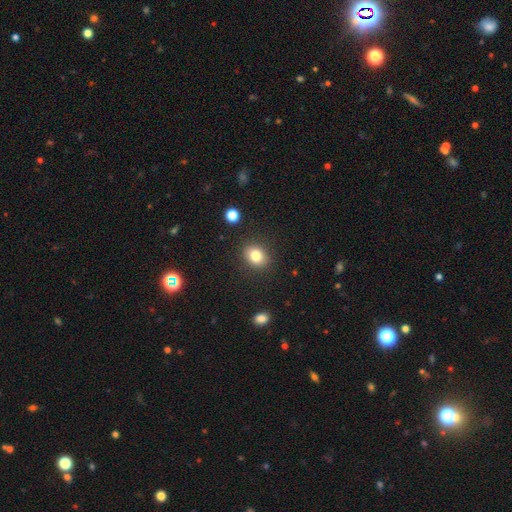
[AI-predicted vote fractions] smooth_or_featured: smooth (p=0.82) [alt: star or artifact p=0.10]
how_rounded: in between (p=0.50) [alt: round p=0.49]
merging: none (p=0.87) [alt: minor disturbance p=0.09]